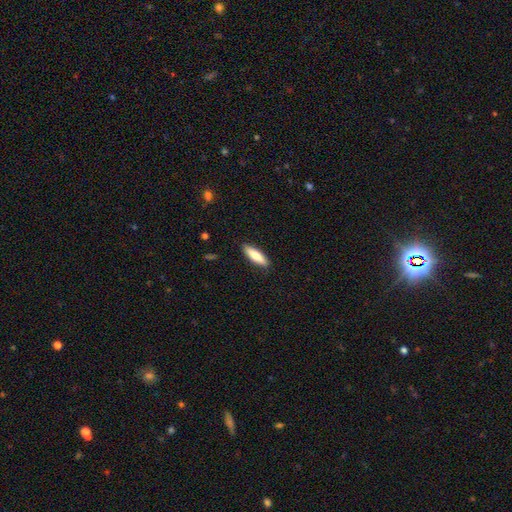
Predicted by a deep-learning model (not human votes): Smooth or featured?
  - smooth: 76% *
  - featured or disk: 19%
  - star or artifact: 5%
How rounded?
  - cigar-shaped: 60% *
  - in between: 38%
  - round: 2%
Merging?
  - none: 88% *
  - minor disturbance: 9%
  - major disturbance: 2%
  - merger: 1%